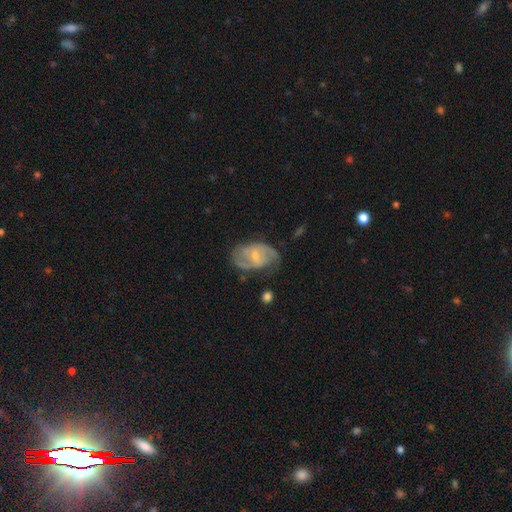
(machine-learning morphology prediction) Smooth or featured: featured or disk — 72% (smooth — 21%)
Edge-on disk: no — 96% (yes — 4%)
Bar: weak — 56% (no — 27%)
Spiral arms: yes — 83% (no — 17%)
Spiral winding: medium — 48% (tight — 31%)
Spiral arm count: 2 — 69% (can't tell — 20%)
Bulge size: small — 54% (moderate — 36%)
Merging: none — 57% (minor disturbance — 25%)